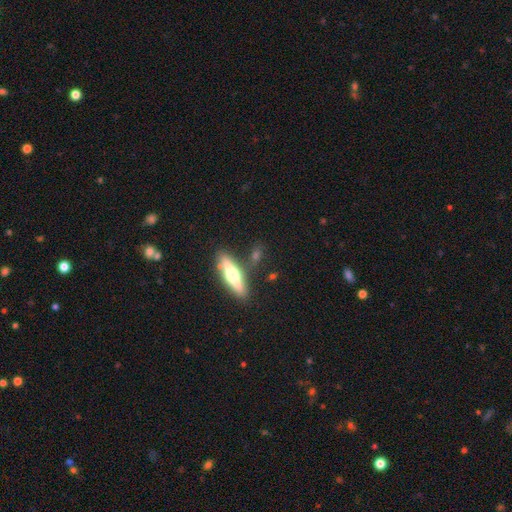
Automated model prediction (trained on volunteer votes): A featured or disk galaxy (46%, tied with smooth). Merging: none (77%).